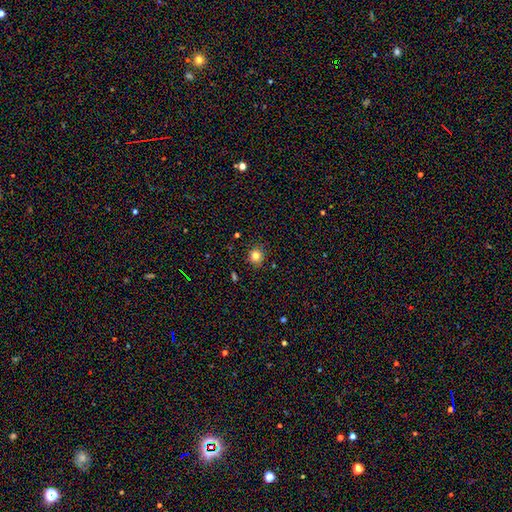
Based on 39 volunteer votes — smooth 77%, featured or disk 15%, star or artifact 8%. Down the decision tree: how rounded — round (90%); merging — none (86%).